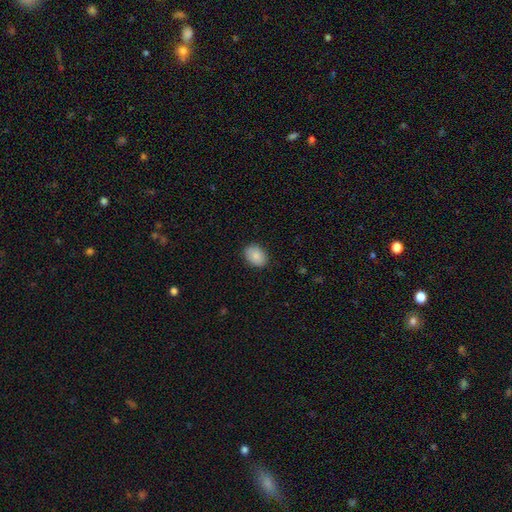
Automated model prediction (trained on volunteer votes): smooth-or-featured: smooth: 87% | star or artifact: 7% | featured or disk: 5%
  how-rounded: in between: 72% | round: 27% | cigar-shaped: 1%
  merging: none: 87% | minor disturbance: 10% | major disturbance: 2% | merger: 1%